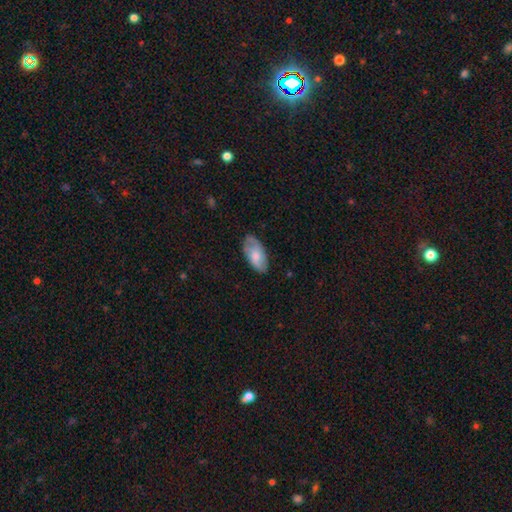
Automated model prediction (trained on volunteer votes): Smooth or featured? Predicted: smooth (p=0.60). How rounded? Predicted: in between (p=0.93). Merging? Predicted: none (p=0.73).